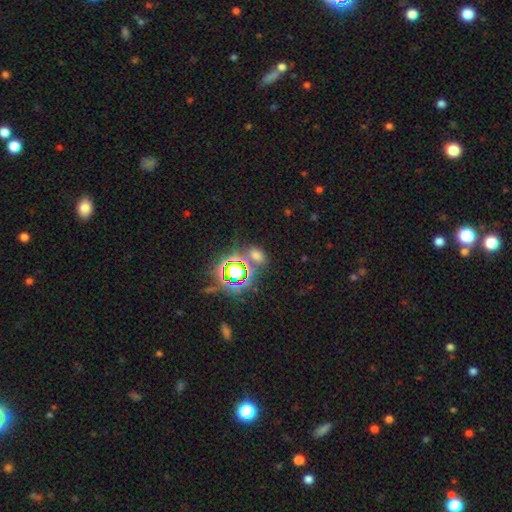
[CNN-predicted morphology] type=smooth (48%); merging=none (68%).